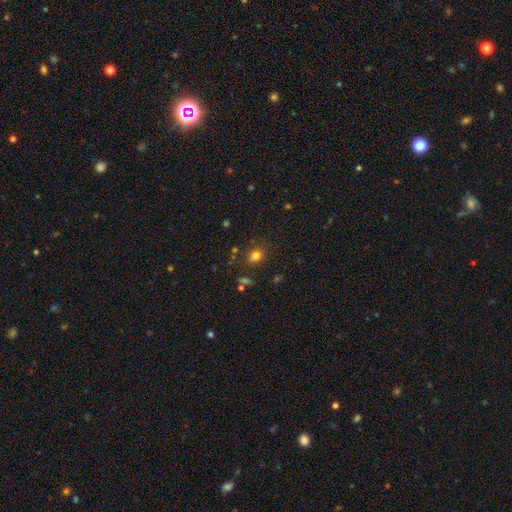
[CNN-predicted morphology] This is likely a smooth galaxy (76%). How rounded: possibly round (59%). Merging: likely none (76%).